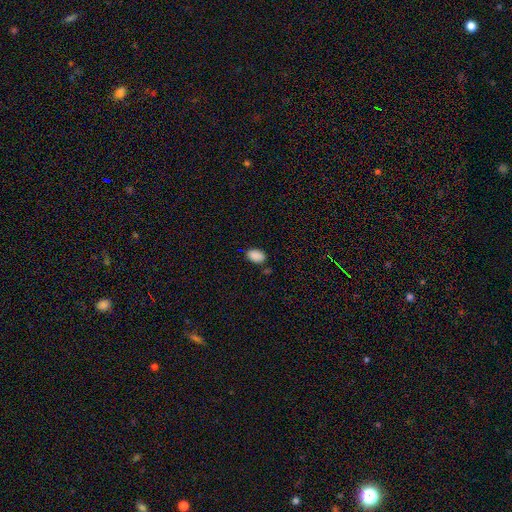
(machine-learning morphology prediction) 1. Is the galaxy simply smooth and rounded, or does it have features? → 89% smooth, 8% star or artifact, 3% featured or disk.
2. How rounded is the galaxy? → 88% in between, 10% round, 1% cigar-shaped.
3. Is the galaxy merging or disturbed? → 80% none, 14% minor disturbance, 4% merger, 3% major disturbance.